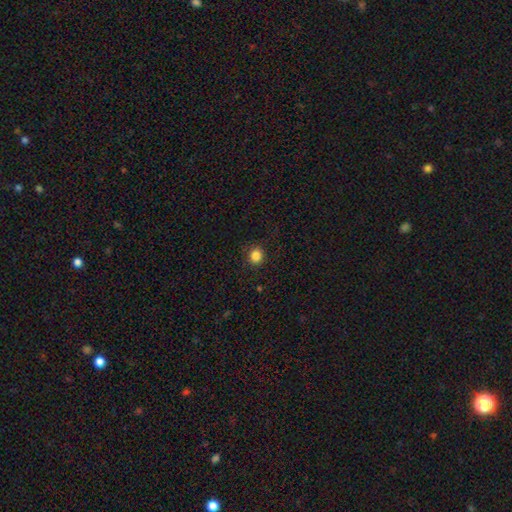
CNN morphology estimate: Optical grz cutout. It shows a smooth galaxy with no disk features (84%) that is round (87%). Merging: none (90%).